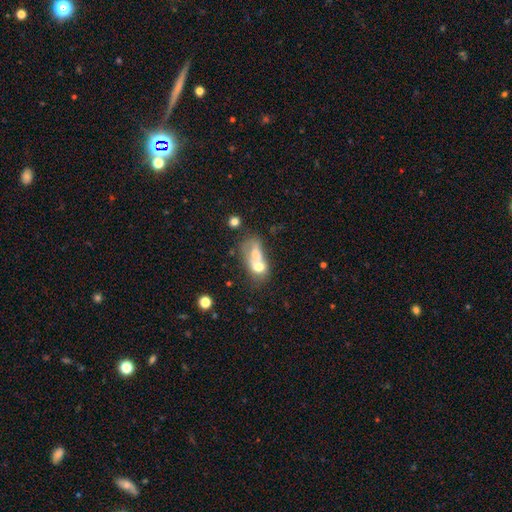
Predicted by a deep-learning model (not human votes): A smooth galaxy with no disk features (57%) that is in between round and cigar-shaped (73%). Merging: merger (64%).